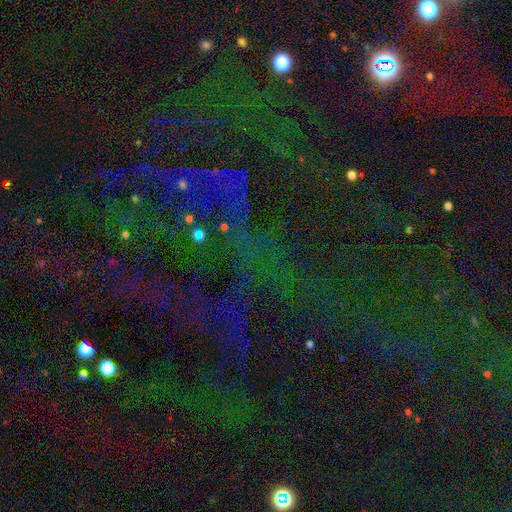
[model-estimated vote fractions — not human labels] This is clearly a star or artifact rather than a galaxy (80%).